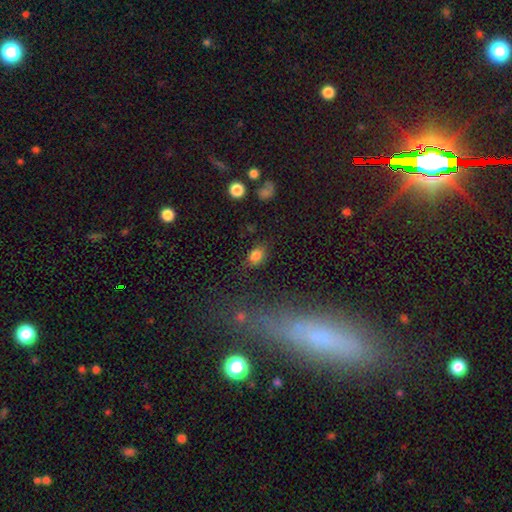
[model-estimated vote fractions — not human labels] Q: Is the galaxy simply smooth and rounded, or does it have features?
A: smooth — 82%.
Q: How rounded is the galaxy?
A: in between — 73%.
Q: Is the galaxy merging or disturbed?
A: none — 74%.